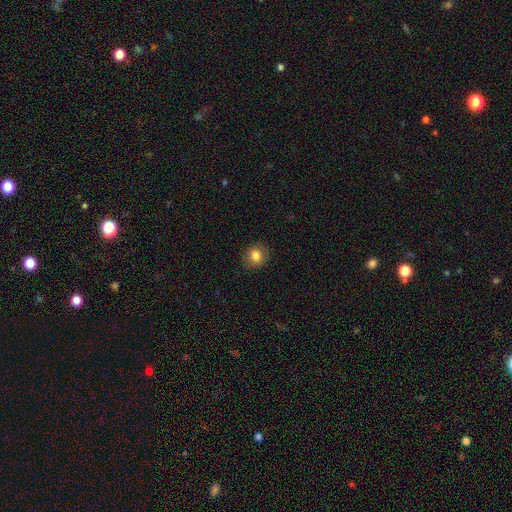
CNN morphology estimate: smooth 82%, star or artifact 10%, featured or disk 8%. Down the decision tree: how rounded — round (80%); merging — none (88%).